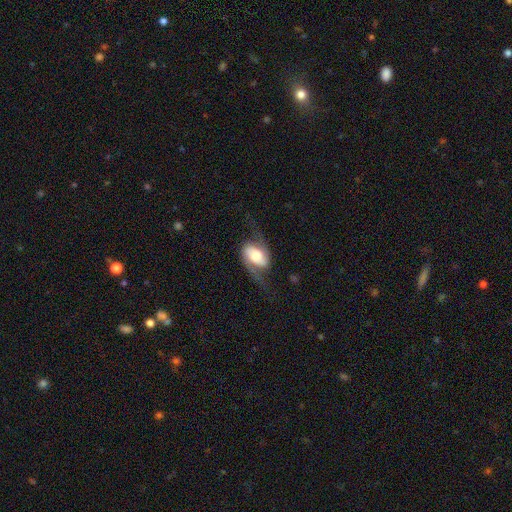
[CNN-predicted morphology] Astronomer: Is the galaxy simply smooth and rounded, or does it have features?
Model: featured or disk — 73%.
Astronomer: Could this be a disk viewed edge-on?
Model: no — 95%.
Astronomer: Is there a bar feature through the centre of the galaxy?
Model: no — 40% (runner-up: weak, 36%).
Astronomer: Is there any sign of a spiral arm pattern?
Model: yes — 92%.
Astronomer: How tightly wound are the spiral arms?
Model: loose — 62%.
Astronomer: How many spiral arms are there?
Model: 2 — 91%.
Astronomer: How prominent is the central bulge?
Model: moderate — 42% (runner-up: large, 32%).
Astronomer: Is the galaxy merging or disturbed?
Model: none — 60%.